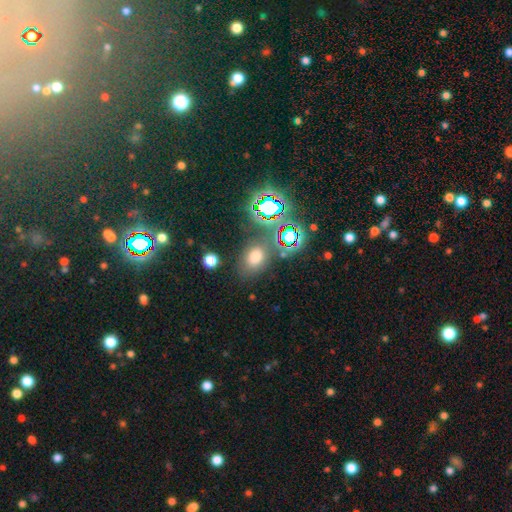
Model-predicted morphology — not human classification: A smooth galaxy with no disk features (67%) that is in between round and cigar-shaped (68%). Merging: none (73%).